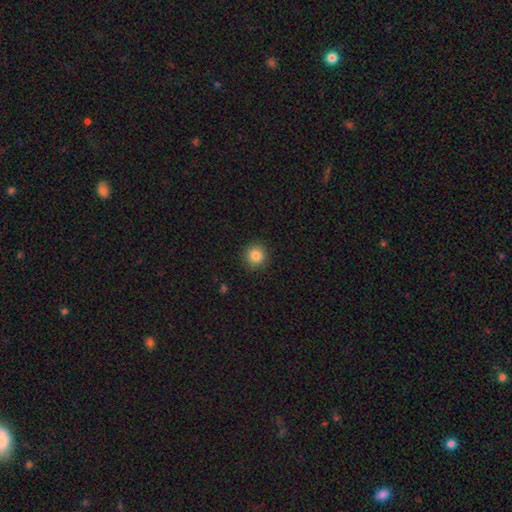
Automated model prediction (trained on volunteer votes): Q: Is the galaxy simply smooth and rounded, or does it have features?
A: smooth — 84%.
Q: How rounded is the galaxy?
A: round — 93%.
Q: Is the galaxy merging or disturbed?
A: none — 91%.